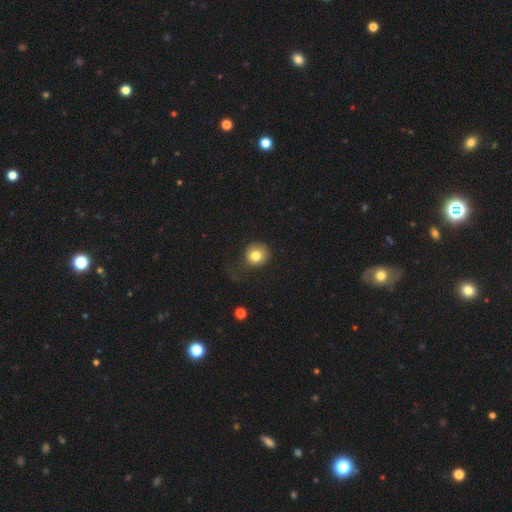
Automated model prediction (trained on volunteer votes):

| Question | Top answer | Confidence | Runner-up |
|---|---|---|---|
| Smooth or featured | smooth | 79% | featured or disk (11%) |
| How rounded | round | 88% | in between (11%) |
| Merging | none | 53% | minor disturbance (23%) |